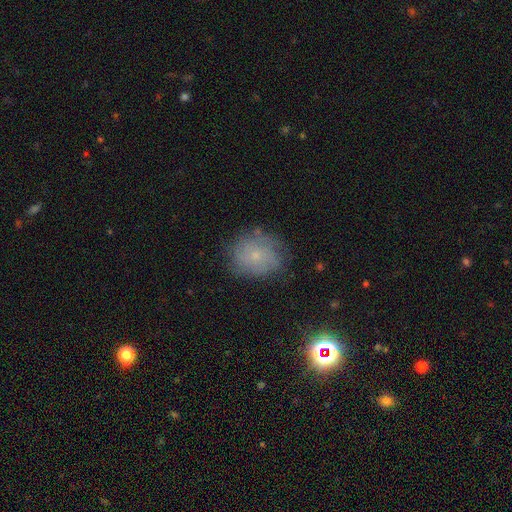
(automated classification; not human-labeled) smooth 47%, featured or disk 38%, star or artifact 16%. Down the decision tree: merging — none (72%).